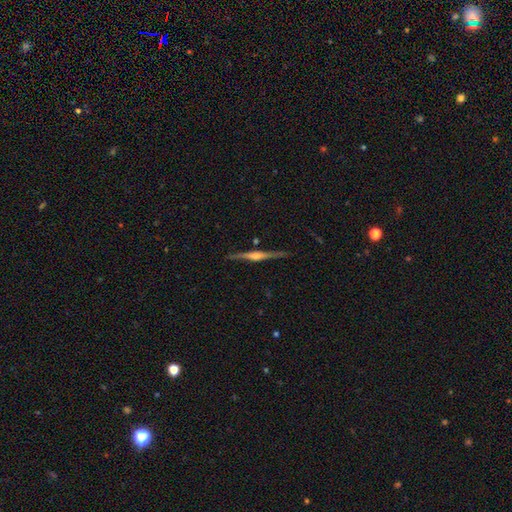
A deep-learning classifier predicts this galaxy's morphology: A featured or disk galaxy (80%) viewed edge-on (98%) with a rounded central bulge (77%).

Vote fractions:
- Smooth or featured? featured or disk: 80% / smooth: 14% / star or artifact: 6%
- Edge-on disk? yes: 98% / no: 2%
- Edge-on bulge? rounded: 77% / boxy: 16% / none: 8%
- Merging? none: 87% / minor disturbance: 9% / major disturbance: 2% / merger: 2%